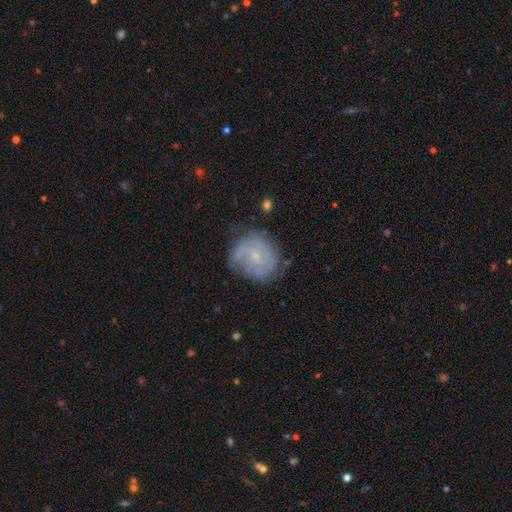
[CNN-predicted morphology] A featured or disk galaxy (65%) with no bar (79%), tight (58%) spiral arms (80%) and a small central bulge (77%). Merging: none (65%).